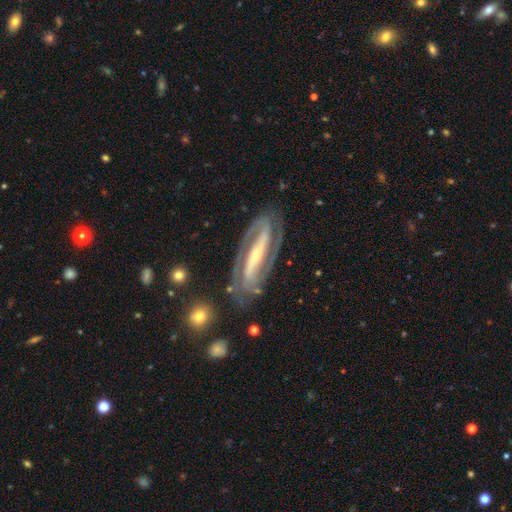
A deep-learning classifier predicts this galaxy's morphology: Smooth or featured: featured or disk — 90% (smooth — 5%)
Edge-on disk: no — 90% (yes — 10%)
Bar: strong — 75% (weak — 14%)
Spiral arms: yes — 96% (no — 4%)
Spiral winding: tight — 49% (medium — 41%)
Spiral arm count: 2 — 89% (can't tell — 4%)
Bulge size: small — 68% (moderate — 28%)
Merging: none — 81% (minor disturbance — 12%)